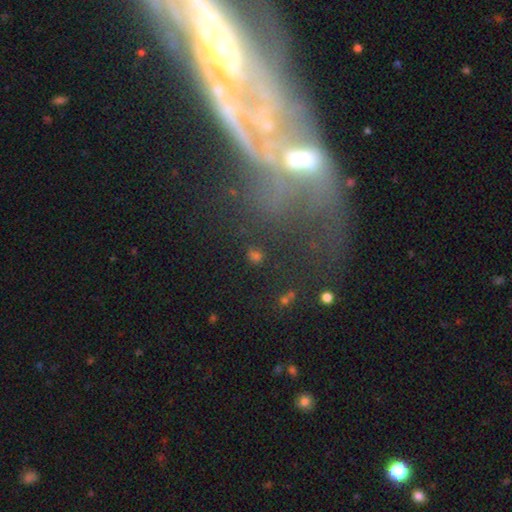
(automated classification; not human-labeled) This appears to be a smooth galaxy with no disk features (56%) that is round (61%). Merging: none (77%).